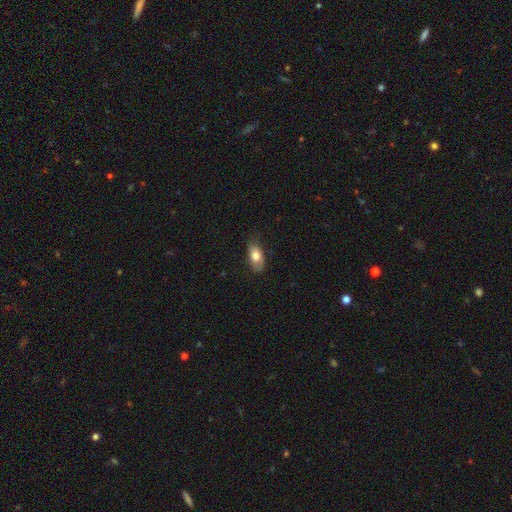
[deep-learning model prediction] This appears to be a smooth galaxy with no disk features (76%) that is in between round and cigar-shaped (89%). Merging: none (69%).